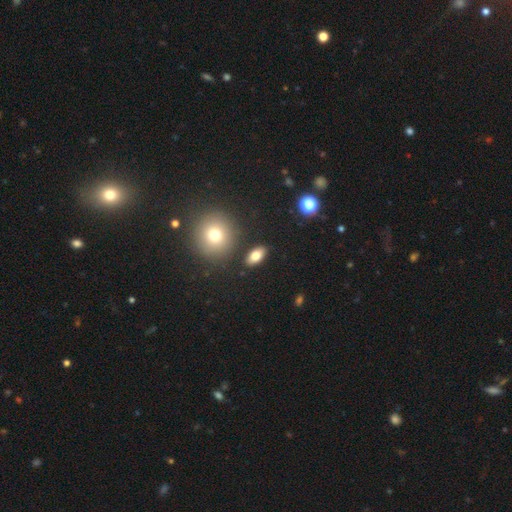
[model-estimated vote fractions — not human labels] smooth 78%, featured or disk 13%, star or artifact 9%. Down the decision tree: how rounded — in between (88%); merging — none (87%).